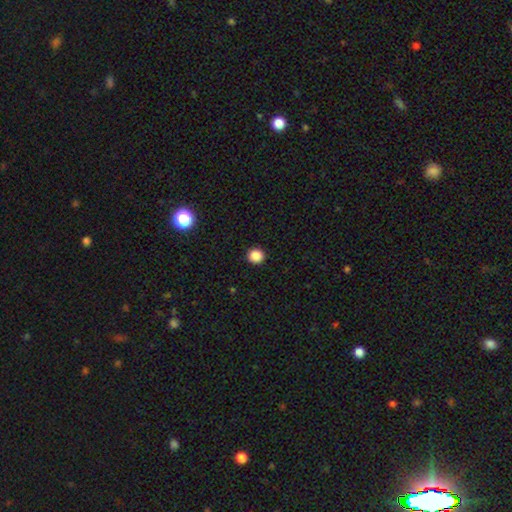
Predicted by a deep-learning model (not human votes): Morphology: type=smooth (86%); roundness=round (92%); merging=none (93%).